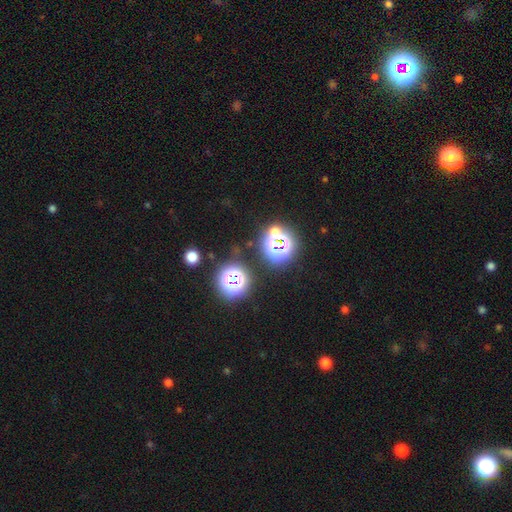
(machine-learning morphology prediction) This is likely a star or artifact rather than a galaxy (78%).